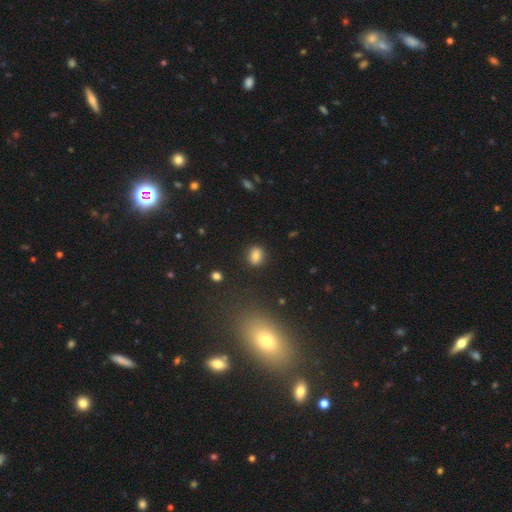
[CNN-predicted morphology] This is likely a smooth galaxy (79%). How rounded: possibly round (52%). Merging: clearly none (86%).